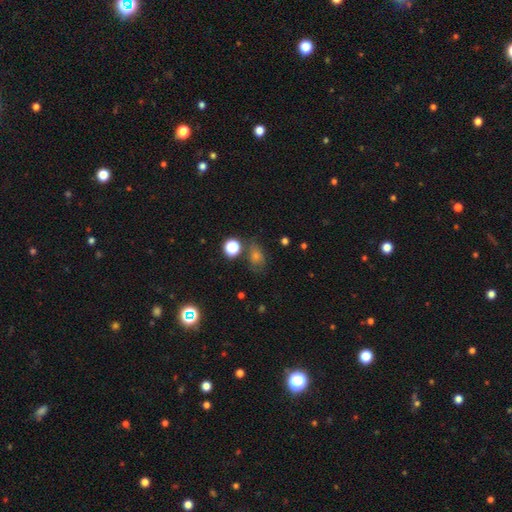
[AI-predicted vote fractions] smooth_or_featured: smooth (p=0.50) [alt: star or artifact p=0.35]
merging: none (p=0.69) [alt: minor disturbance p=0.17]